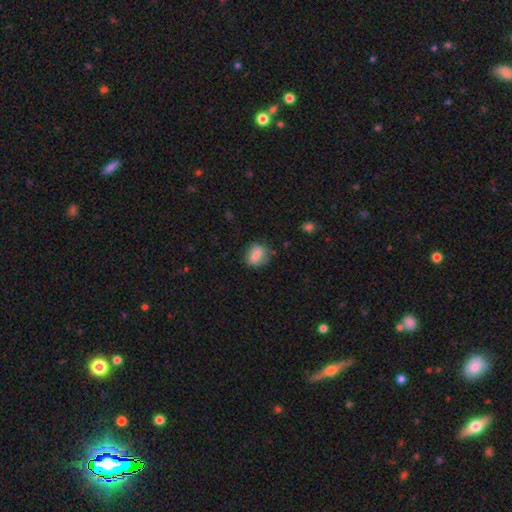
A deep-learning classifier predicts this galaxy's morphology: smooth 76%, featured or disk 16%, star or artifact 8%. Down the decision tree: how rounded — in between (60%); merging — none (72%).